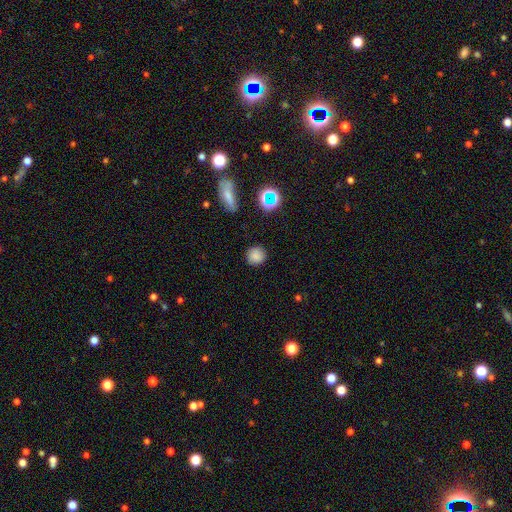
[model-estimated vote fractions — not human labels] The model was most divided on "smooth or featured": smooth: 81%, star or artifact: 13%, featured or disk: 5%. More confident: how rounded — round (90%); merging — none (87%).